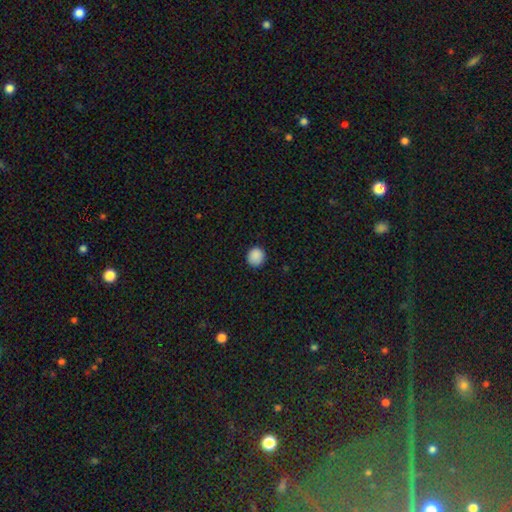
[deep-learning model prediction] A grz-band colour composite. It shows a smooth galaxy with no disk features (88%) that is round (86%). Merging: none (89%).